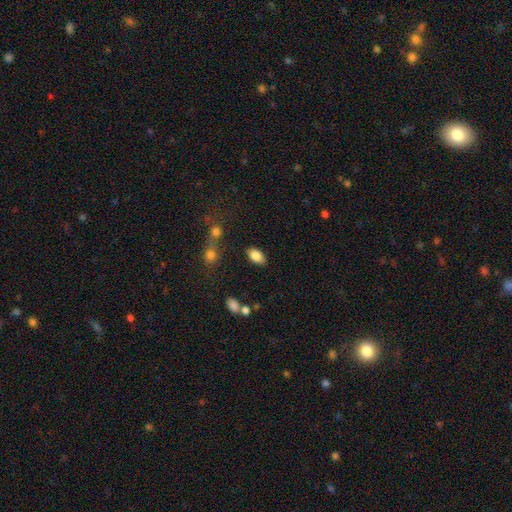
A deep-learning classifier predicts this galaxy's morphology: Smooth or featured?
  - smooth: 84% *
  - featured or disk: 8%
  - star or artifact: 8%
How rounded?
  - in between: 92% *
  - round: 6%
  - cigar-shaped: 2%
Merging?
  - none: 81% *
  - minor disturbance: 11%
  - merger: 4%
  - major disturbance: 3%